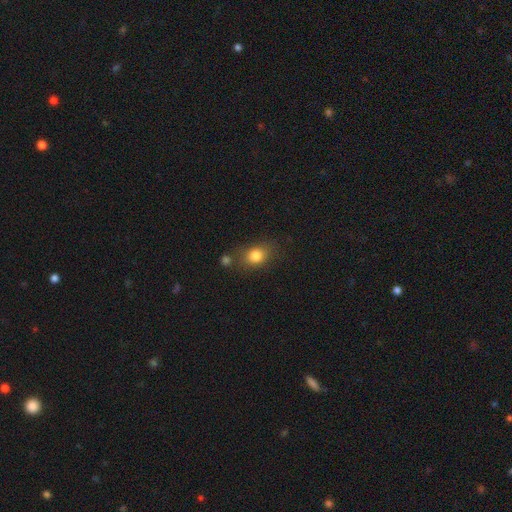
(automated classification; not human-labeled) smooth-or-featured: smooth: 81% | star or artifact: 11% | featured or disk: 8%
  how-rounded: in between: 50% | round: 48% | cigar-shaped: 2%
  merging: none: 70% | minor disturbance: 15% | merger: 9% | major disturbance: 5%